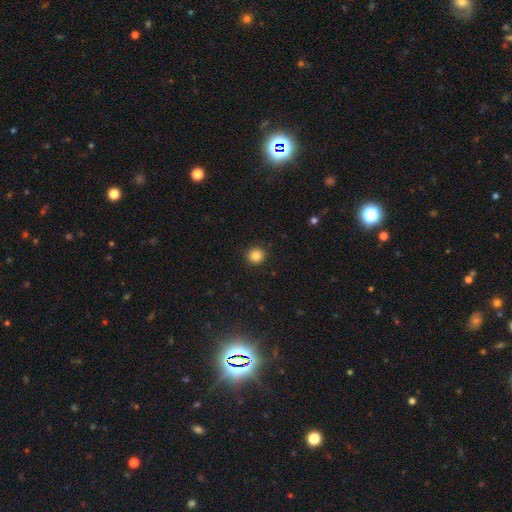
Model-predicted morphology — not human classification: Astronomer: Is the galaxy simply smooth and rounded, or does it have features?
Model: smooth — 85%.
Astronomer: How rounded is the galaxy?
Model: round — 92%.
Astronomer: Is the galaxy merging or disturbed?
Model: none — 91%.